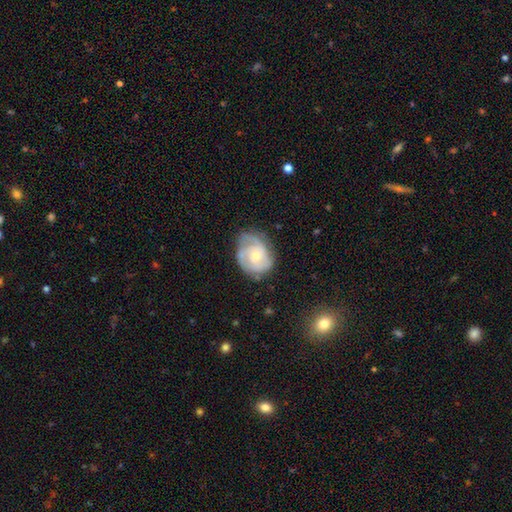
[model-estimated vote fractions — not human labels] Smooth or featured? featured or disk (72%)
Edge-on disk? no (98%)
Bar? no (71%)
Spiral arms? yes (90%)
Spiral winding? tight (51%)
Spiral arm count? 2 (34%)
Bulge size? small (51%)
Merging? none (57%)